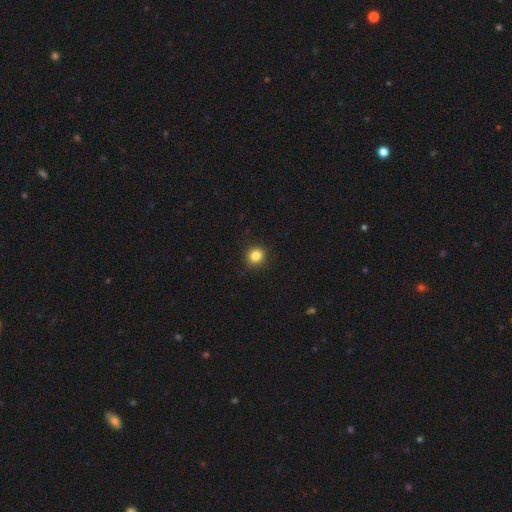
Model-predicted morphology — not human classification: smooth-or-featured: smooth: 84% | star or artifact: 11% | featured or disk: 5%
  how-rounded: round: 87% | in between: 12% | cigar-shaped: 1%
  merging: none: 90% | minor disturbance: 7% | major disturbance: 2% | merger: 1%